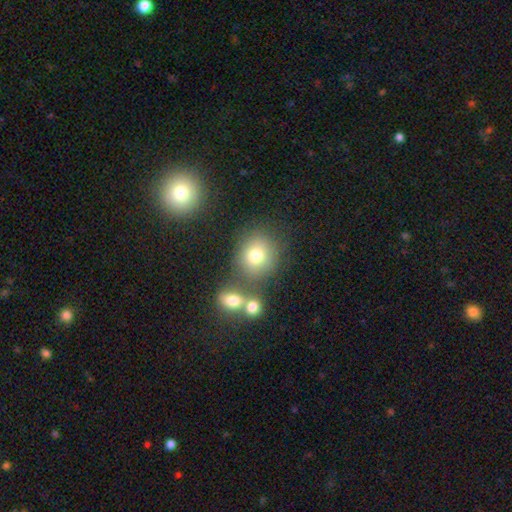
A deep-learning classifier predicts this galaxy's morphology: A smooth galaxy with no disk features (76%) that is round (75%).

Vote fractions:
- Smooth or featured? smooth: 76% / star or artifact: 13% / featured or disk: 11%
- How rounded? round: 75% / in between: 24% / cigar-shaped: 1%
- Merging? none: 63% / merger: 21% / minor disturbance: 11% / major disturbance: 5%